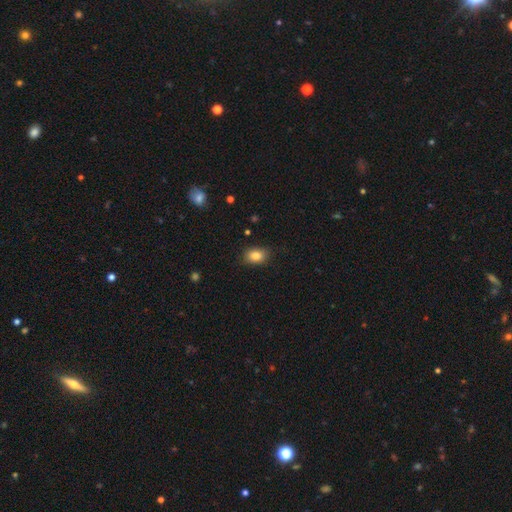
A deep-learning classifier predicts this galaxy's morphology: smooth 85%, star or artifact 9%, featured or disk 6%. Down the decision tree: how rounded — in between (73%); merging — none (84%).